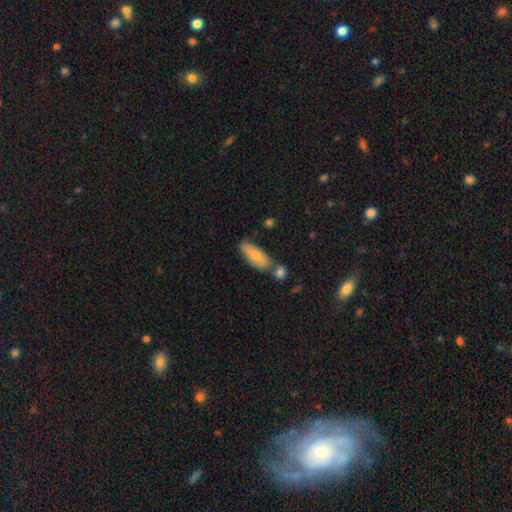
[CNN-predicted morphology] Smooth or featured: smooth — 75% (featured or disk — 19%)
How rounded: in between — 72% (cigar-shaped — 26%)
Merging: none — 54% (merger — 24%)